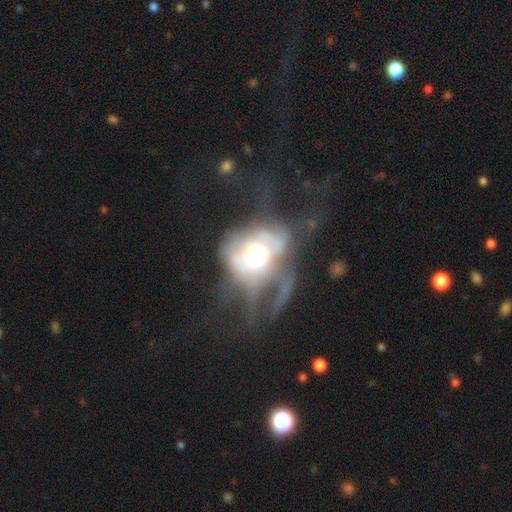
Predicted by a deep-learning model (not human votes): Smooth or featured?
  - featured or disk: 64% *
  - smooth: 27%
  - star or artifact: 9%
Edge-on disk?
  - no: 95% *
  - yes: 5%
Bar?
  - no: 79% *
  - weak: 16%
  - strong: 5%
Spiral arms?
  - no: 55% *
  - yes: 45%
Bulge size?
  - moderate: 60% *
  - large: 27%
  - small: 8%
  - dominant: 4%
  - none: 1%
Merging?
  - major disturbance: 61% *
  - none: 18%
  - minor disturbance: 13%
  - merger: 8%